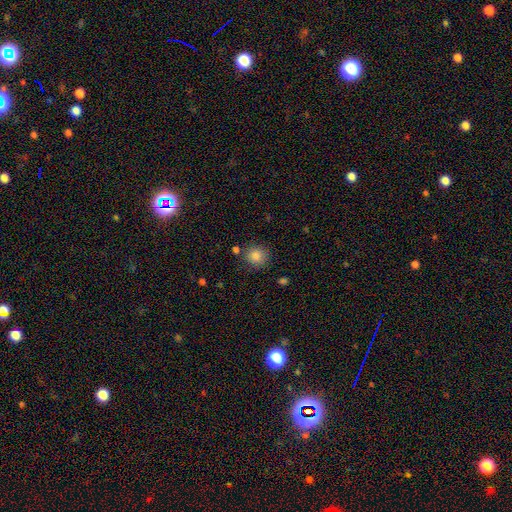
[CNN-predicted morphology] Smooth or featured? smooth (85%)
How rounded? round (86%)
Merging? none (80%)